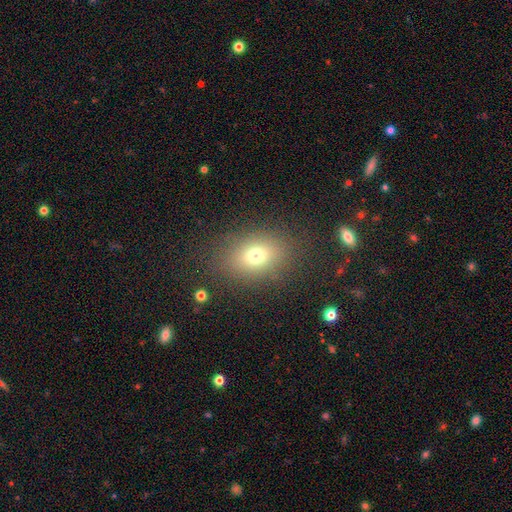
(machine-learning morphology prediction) Q: Smooth or featured?
A: smooth (73%); runner-up: star or artifact (14%)
Q: How rounded?
A: in between (70%); runner-up: round (29%)
Q: Merging?
A: none (83%); runner-up: minor disturbance (10%)